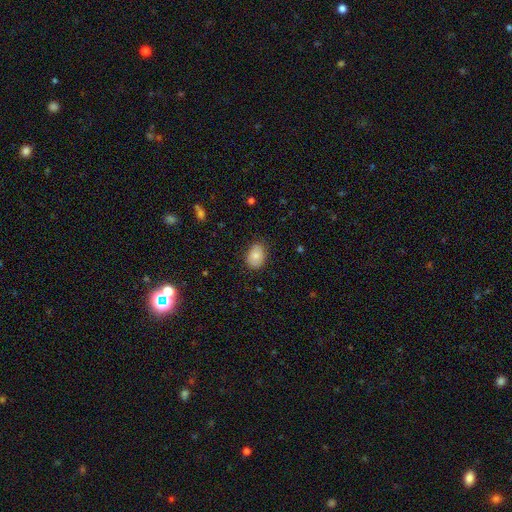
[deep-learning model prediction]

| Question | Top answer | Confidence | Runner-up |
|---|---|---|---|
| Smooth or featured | smooth | 80% | featured or disk (11%) |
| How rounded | in between | 74% | round (25%) |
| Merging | none | 76% | minor disturbance (19%) |